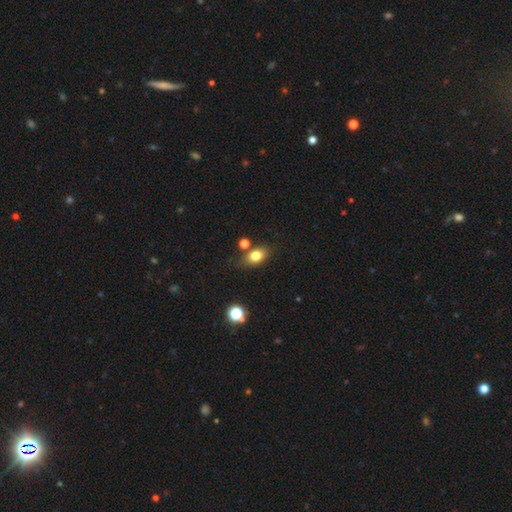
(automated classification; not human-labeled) This is likely a smooth galaxy (78%). How rounded: likely in between (75%). Merging: likely none (72%).